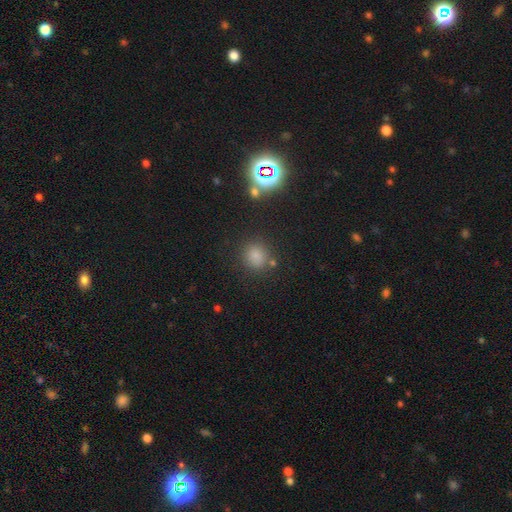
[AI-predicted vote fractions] A smooth galaxy with no disk features (66%) that is round (86%).

Vote fractions:
- Smooth or featured? smooth: 66% / star or artifact: 28% / featured or disk: 7%
- How rounded? round: 86% / in between: 13% / cigar-shaped: 1%
- Merging? none: 81% / minor disturbance: 9% / merger: 6% / major disturbance: 4%